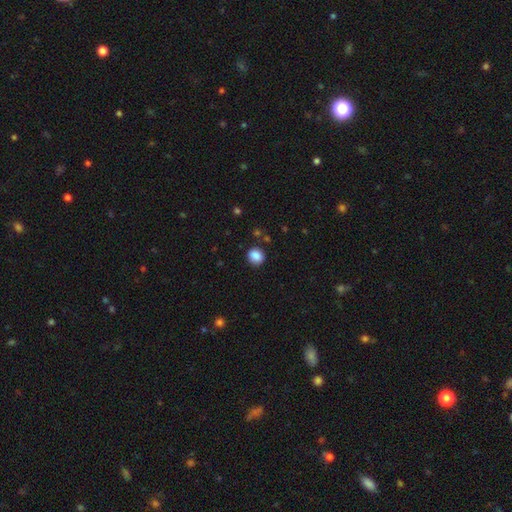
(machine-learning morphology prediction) Smooth or featured? smooth (87%)
How rounded? round (74%)
Merging? none (86%)